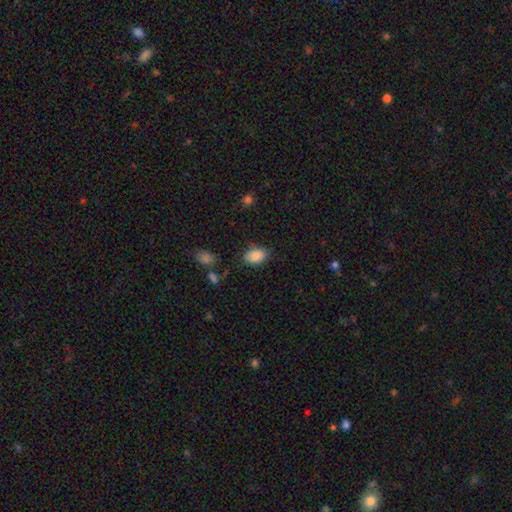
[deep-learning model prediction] Smooth or featured?
  - smooth: 87% *
  - star or artifact: 8%
  - featured or disk: 5%
How rounded?
  - in between: 87% *
  - round: 12%
  - cigar-shaped: 1%
Merging?
  - none: 72% *
  - minor disturbance: 20%
  - major disturbance: 5%
  - merger: 2%